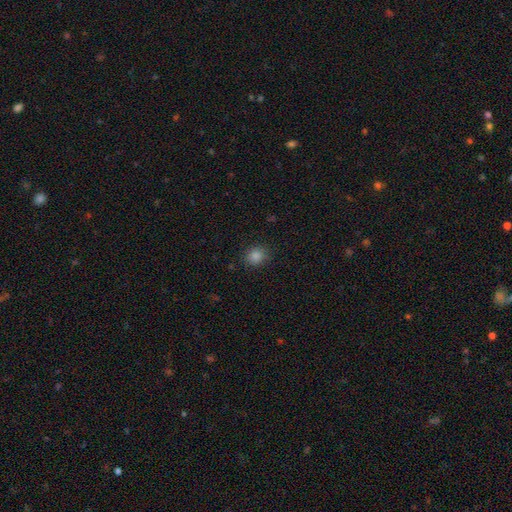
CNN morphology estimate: This appears to be a smooth galaxy with no disk features (82%) that is round (73%). Merging: none (89%).